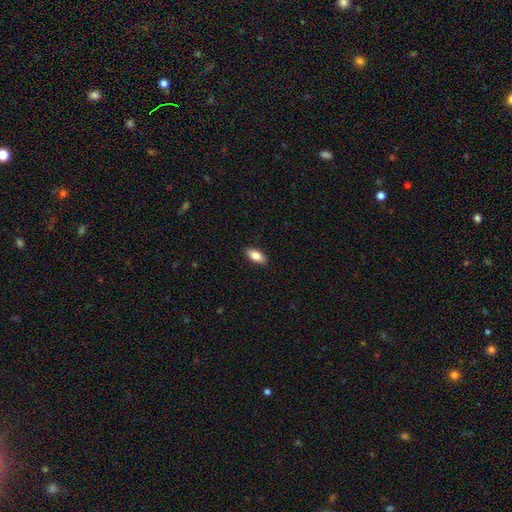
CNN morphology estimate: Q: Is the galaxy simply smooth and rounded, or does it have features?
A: smooth — 83%.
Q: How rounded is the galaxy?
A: in between — 87%.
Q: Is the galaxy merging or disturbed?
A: none — 89%.